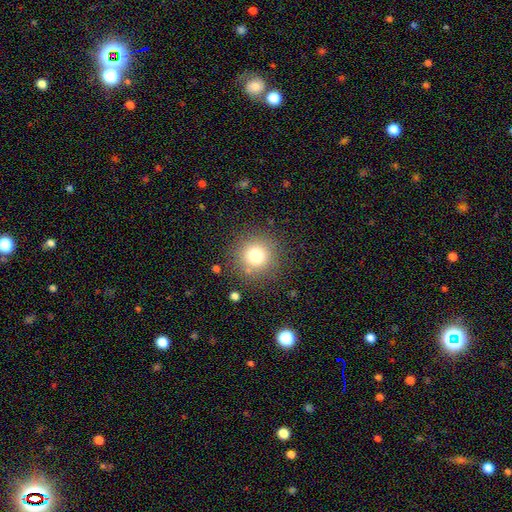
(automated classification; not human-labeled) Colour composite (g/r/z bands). It shows a smooth galaxy with no disk features (75%) that is round (94%). Merging: none (85%).